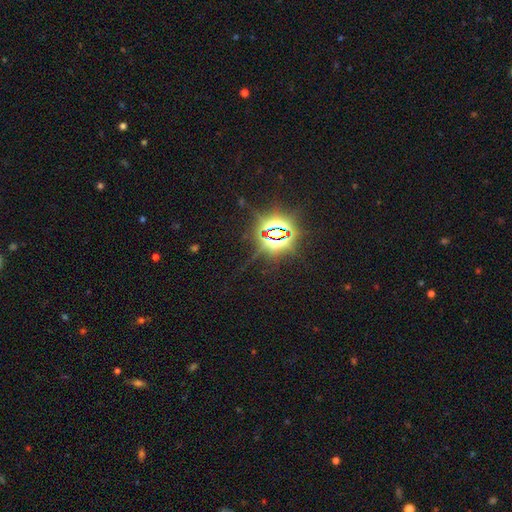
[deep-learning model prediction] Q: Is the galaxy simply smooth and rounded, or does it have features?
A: star or artifact — 86%.